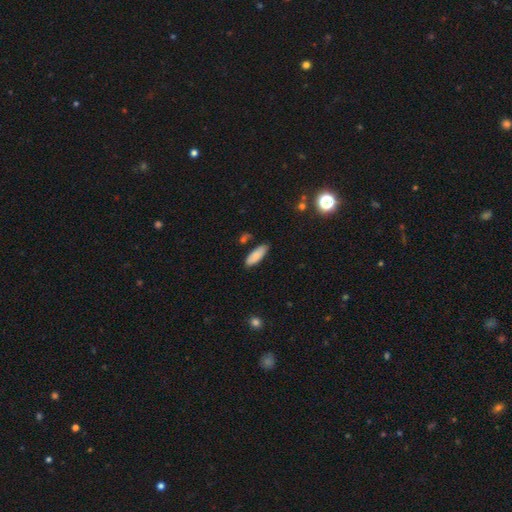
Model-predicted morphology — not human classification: This appears to be a smooth galaxy with no disk features (86%) that is in between round and cigar-shaped (66%). Merging: none (79%).